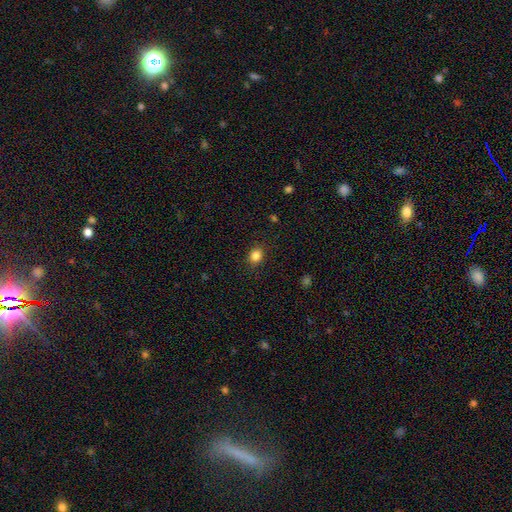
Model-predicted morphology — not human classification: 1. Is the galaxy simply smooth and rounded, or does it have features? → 84% smooth, 11% star or artifact, 4% featured or disk.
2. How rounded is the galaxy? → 62% round, 37% in between, 1% cigar-shaped.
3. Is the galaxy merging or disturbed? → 88% none, 8% minor disturbance, 2% major disturbance, 1% merger.